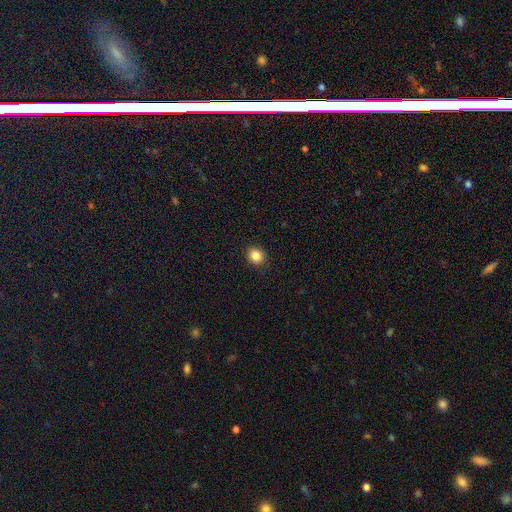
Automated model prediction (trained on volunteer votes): A smooth galaxy with no disk features (85%) that is round (68%). Merging: none (91%).